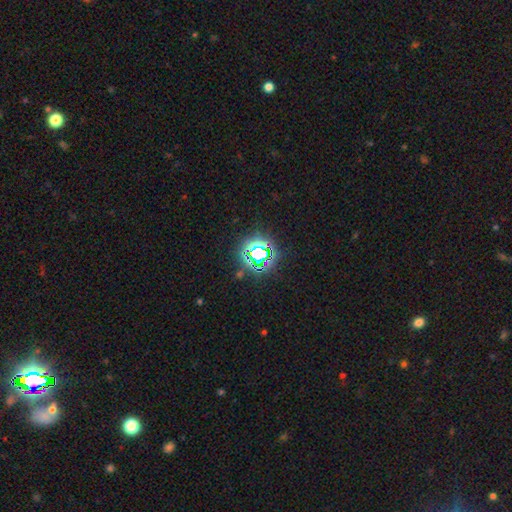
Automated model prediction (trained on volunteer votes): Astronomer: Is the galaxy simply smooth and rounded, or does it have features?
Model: star or artifact — 73%.